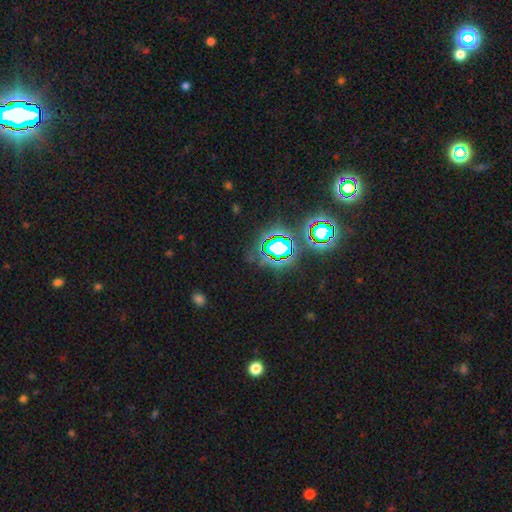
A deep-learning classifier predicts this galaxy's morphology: A star or artifact, not a galaxy (79%).